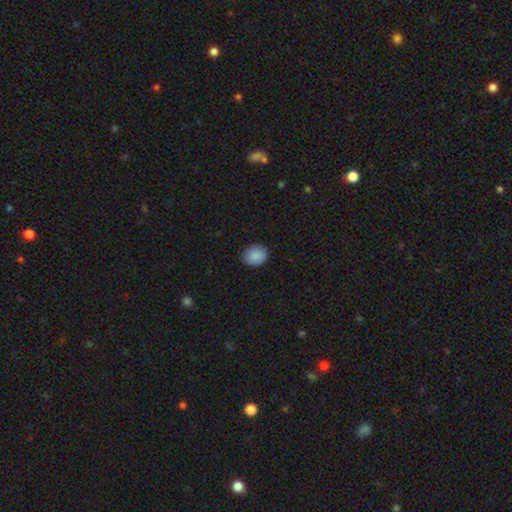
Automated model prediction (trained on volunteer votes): smooth_or_featured: smooth (p=0.89) [alt: star or artifact p=0.08]
how_rounded: round (p=0.60) [alt: in between p=0.39]
merging: none (p=0.87) [alt: minor disturbance p=0.10]